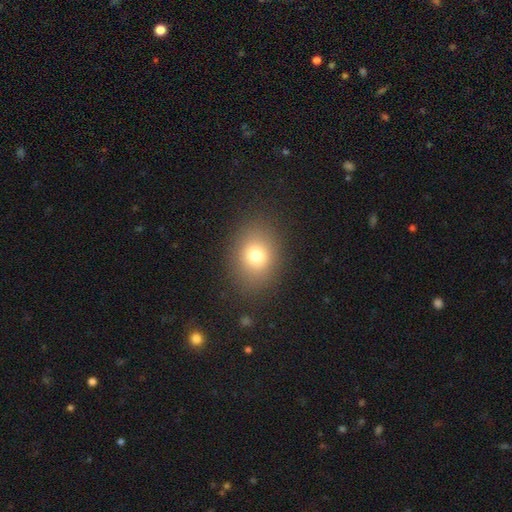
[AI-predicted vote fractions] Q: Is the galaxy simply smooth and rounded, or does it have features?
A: smooth — 76%.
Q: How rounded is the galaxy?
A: in between — 56%.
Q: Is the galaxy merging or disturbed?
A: none — 85%.